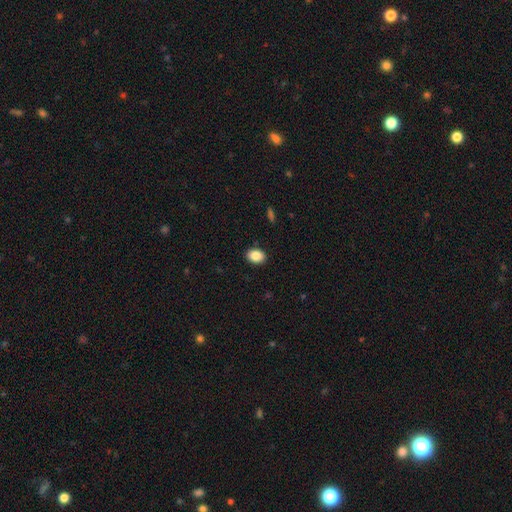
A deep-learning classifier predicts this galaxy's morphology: Smooth or featured? smooth (87%)
How rounded? in between (73%)
Merging? none (90%)